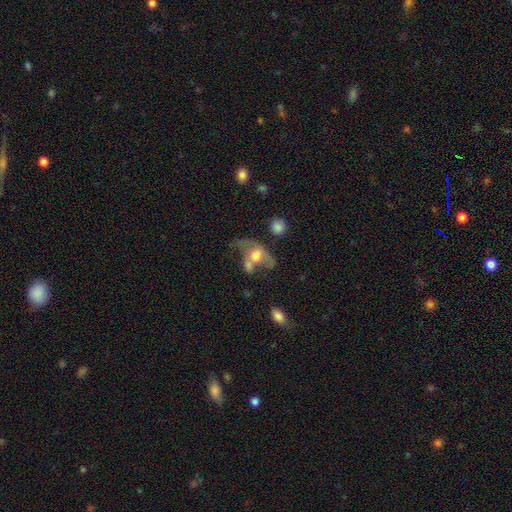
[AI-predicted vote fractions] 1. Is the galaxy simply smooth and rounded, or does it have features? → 49% featured or disk, 40% smooth, 12% star or artifact.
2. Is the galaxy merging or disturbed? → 38% merger, 26% major disturbance, 22% none, 15% minor disturbance.